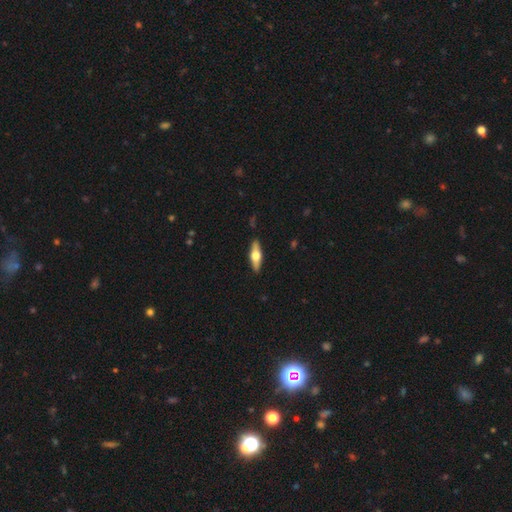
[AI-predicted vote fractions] This is possibly a featured or disk galaxy (58%). It is clearly viewed edge-on (94%). Edge-on bulge: clearly rounded (95%). Merging: clearly none (89%).